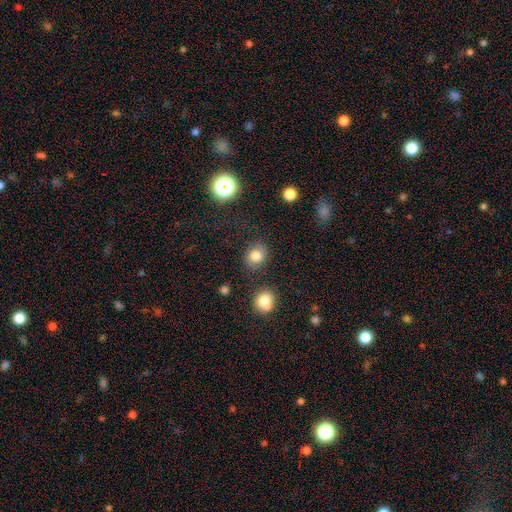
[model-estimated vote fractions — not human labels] smooth_or_featured: smooth (p=0.79) [alt: star or artifact p=0.12]
how_rounded: round (p=0.68) [alt: in between p=0.31]
merging: none (p=0.81) [alt: minor disturbance p=0.12]